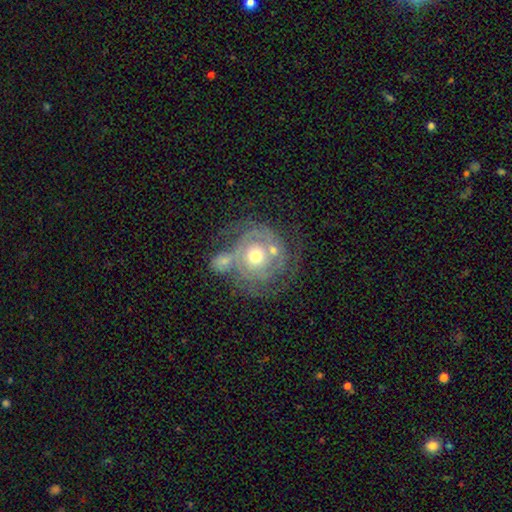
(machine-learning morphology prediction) Smooth or featured? featured or disk (75%)
Edge-on disk? no (97%)
Bar? no (85%)
Spiral arms? yes (76%)
Spiral winding? tight (72%)
Spiral arm count? can't tell (45%)
Bulge size? moderate (72%)
Merging? none (41%)